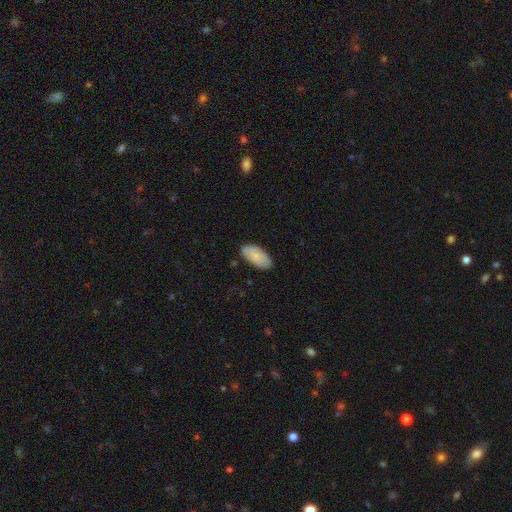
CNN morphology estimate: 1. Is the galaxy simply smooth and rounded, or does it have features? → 84% smooth, 10% featured or disk, 6% star or artifact.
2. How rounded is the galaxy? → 94% in between, 4% cigar-shaped, 2% round.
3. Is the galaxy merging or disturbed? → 81% none, 15% minor disturbance, 3% major disturbance, 1% merger.